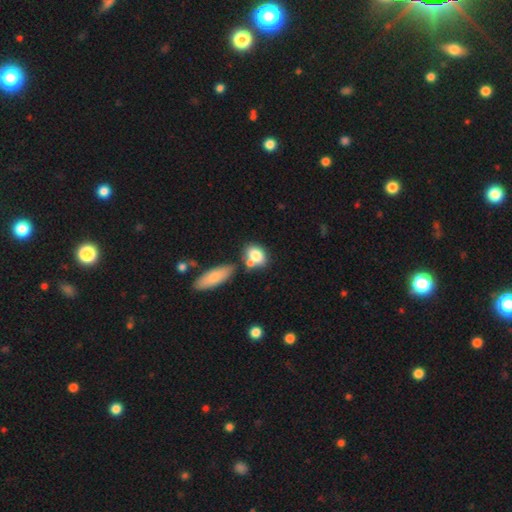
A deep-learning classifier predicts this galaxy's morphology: smooth_or_featured: smooth (p=0.77) [alt: featured or disk p=0.14]
how_rounded: in between (p=0.71) [alt: round p=0.26]
merging: none (p=0.45) [alt: merger p=0.38]